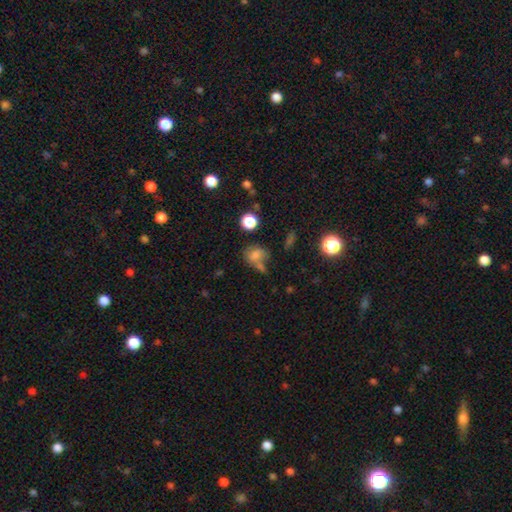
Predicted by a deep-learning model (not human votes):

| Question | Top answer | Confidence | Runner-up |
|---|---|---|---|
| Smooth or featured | smooth | 74% | star or artifact (16%) |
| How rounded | round | 51% | in between (47%) |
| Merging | none | 46% | merger (27%) |